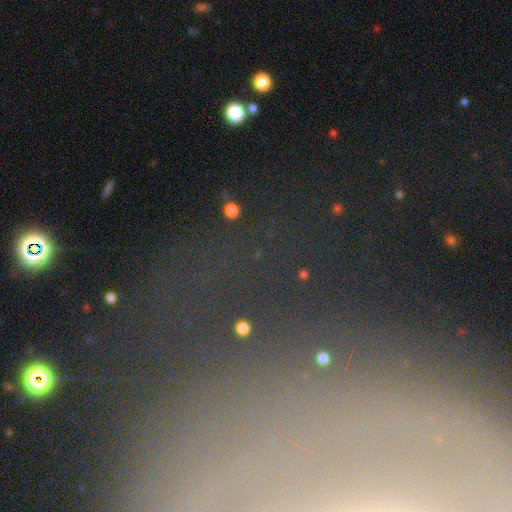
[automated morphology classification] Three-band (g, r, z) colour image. It shows a star or artifact, not a galaxy (56%).